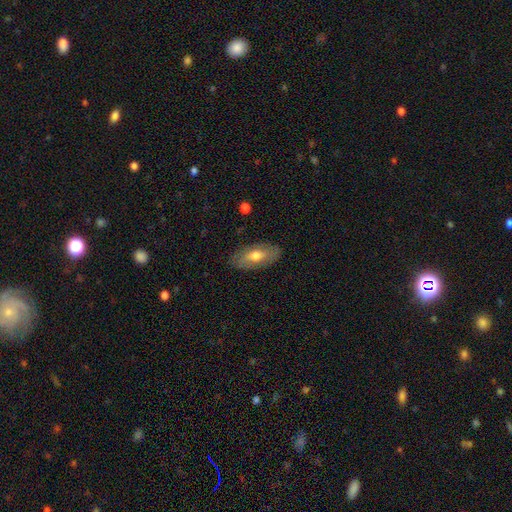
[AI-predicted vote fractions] A smooth galaxy with no disk features (58%) that is in between round and cigar-shaped (88%).

Vote fractions:
- Smooth or featured? smooth: 58% / featured or disk: 36% / star or artifact: 6%
- How rounded? in between: 88% / cigar-shaped: 8% / round: 4%
- Merging? none: 83% / minor disturbance: 13% / major disturbance: 3% / merger: 1%